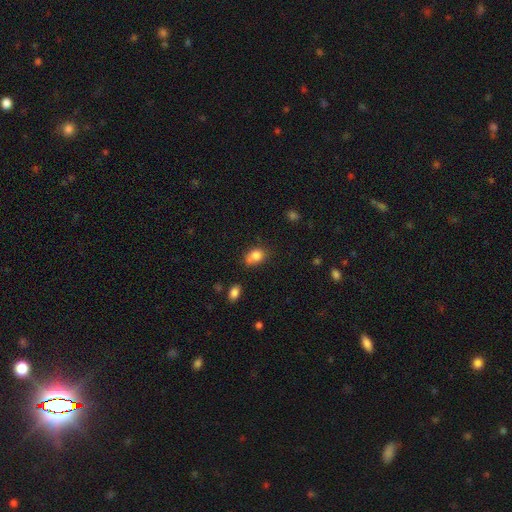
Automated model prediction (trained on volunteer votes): Q: Smooth or featured?
A: smooth (82%); runner-up: star or artifact (10%)
Q: How rounded?
A: in between (59%); runner-up: round (39%)
Q: Merging?
A: none (53%); runner-up: minor disturbance (28%)